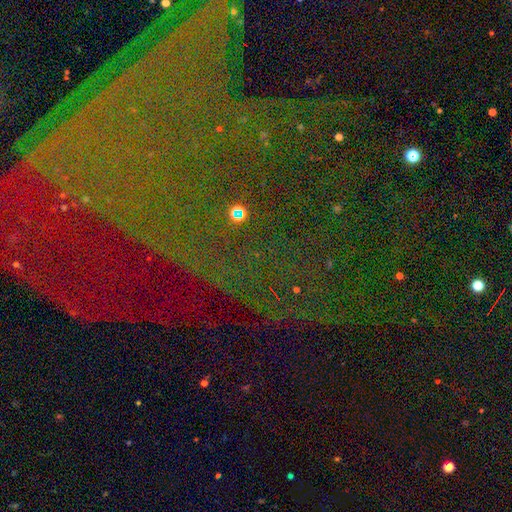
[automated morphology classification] Overall: star or artifact (82%).